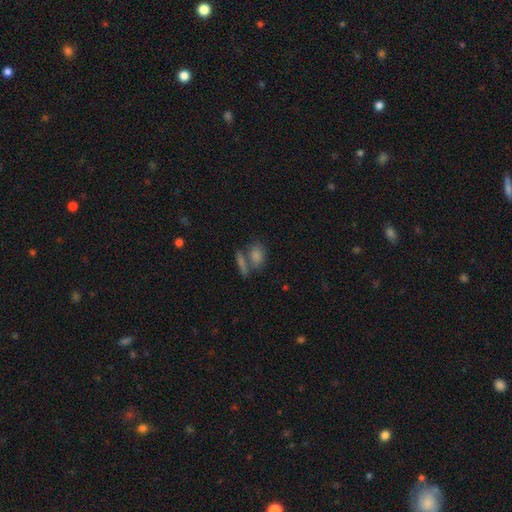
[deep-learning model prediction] Smooth or featured? smooth (72%)
How rounded? in between (65%)
Merging? none (52%)